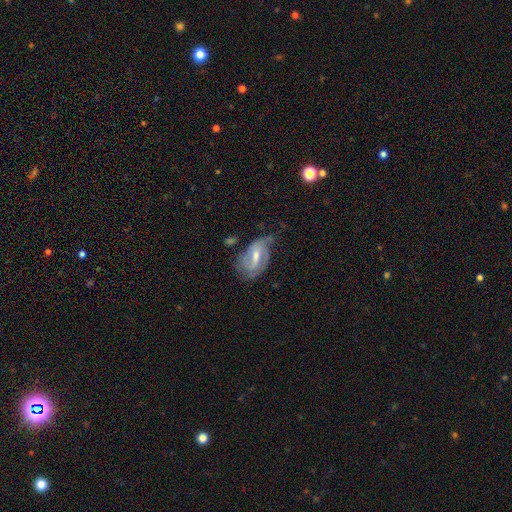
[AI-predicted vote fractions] Smooth or featured? featured or disk (66%)
Edge-on disk? no (95%)
Bar? weak (52%)
Spiral arms? yes (79%)
Bulge size? moderate (56%)
Merging? none (41%)